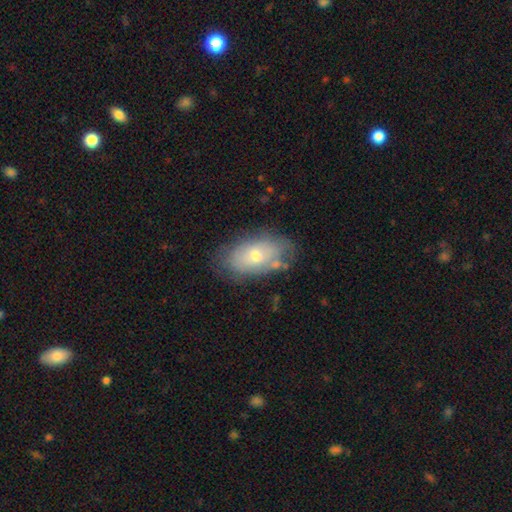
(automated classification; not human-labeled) smooth-or-featured: smooth: 55% | featured or disk: 37% | star or artifact: 8%
  how-rounded: in between: 91% | round: 6% | cigar-shaped: 2%
  merging: none: 67% | minor disturbance: 22% | major disturbance: 7% | merger: 4%